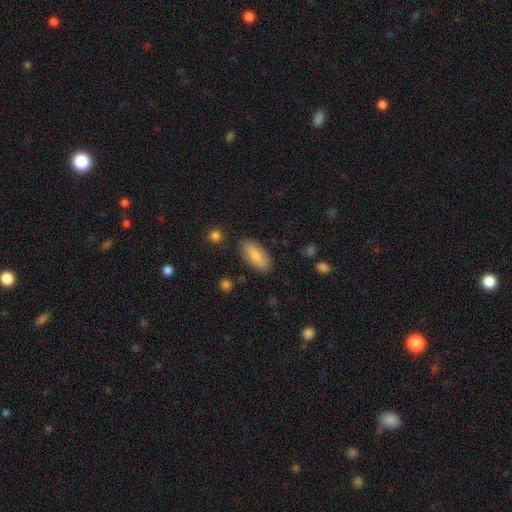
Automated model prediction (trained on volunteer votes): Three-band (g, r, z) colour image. It shows a smooth galaxy with no disk features (81%) that is in between round and cigar-shaped (83%). Merging: none (84%).